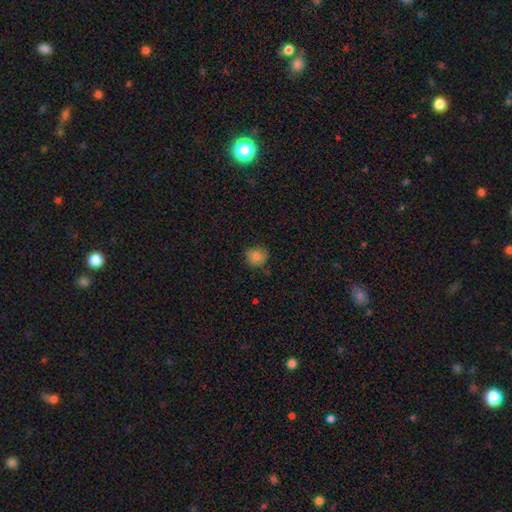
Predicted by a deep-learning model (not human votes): Smooth or featured?
  - smooth: 82% *
  - star or artifact: 10%
  - featured or disk: 8%
How rounded?
  - round: 85% *
  - in between: 14%
  - cigar-shaped: 1%
Merging?
  - none: 77% *
  - minor disturbance: 18%
  - major disturbance: 3%
  - merger: 2%